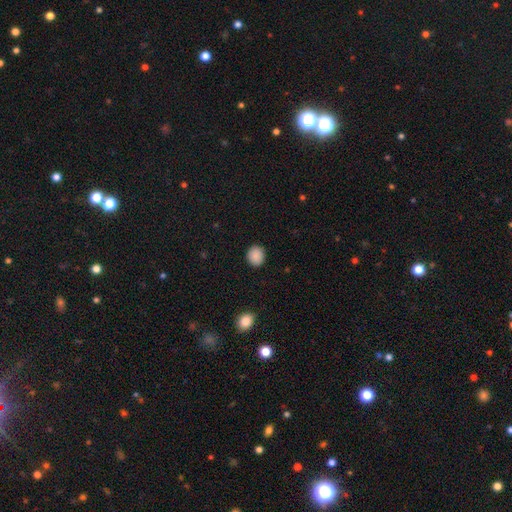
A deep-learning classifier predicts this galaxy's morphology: Overall: smooth (89%). How rounded: round (79%). Merging: none (90%).